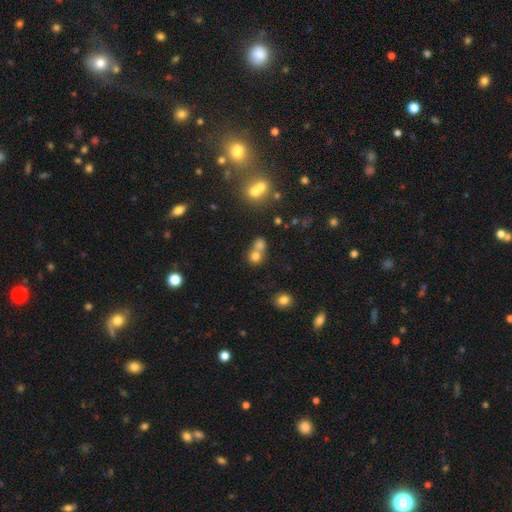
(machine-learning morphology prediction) smooth 74%, star or artifact 15%, featured or disk 11%. Down the decision tree: how rounded — round (82%); merging — merger (51%).